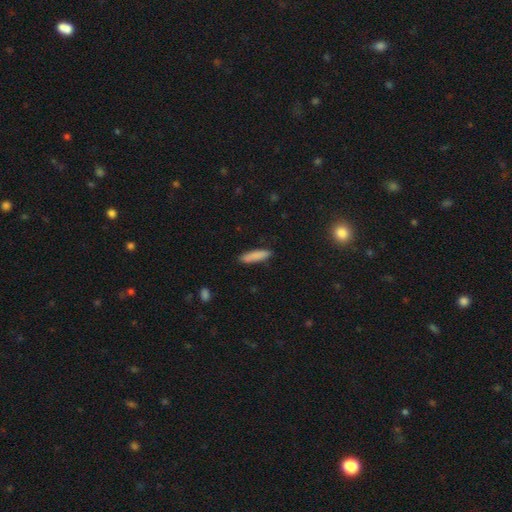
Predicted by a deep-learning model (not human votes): Overall: smooth (86%). How rounded: cigar-shaped (74%). Merging: none (86%).